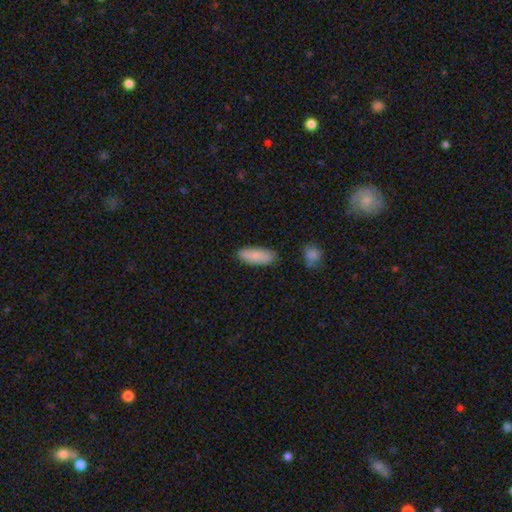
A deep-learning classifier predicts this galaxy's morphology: Smooth or featured? smooth (83%)
How rounded? in between (70%)
Merging? none (83%)